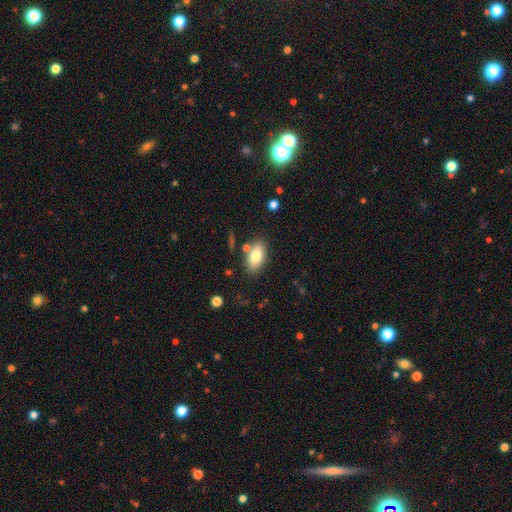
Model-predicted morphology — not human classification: smooth_or_featured: smooth (p=0.81) [alt: featured or disk p=0.12]
how_rounded: in between (p=0.91) [alt: cigar-shaped p=0.05]
merging: none (p=0.78) [alt: minor disturbance p=0.12]